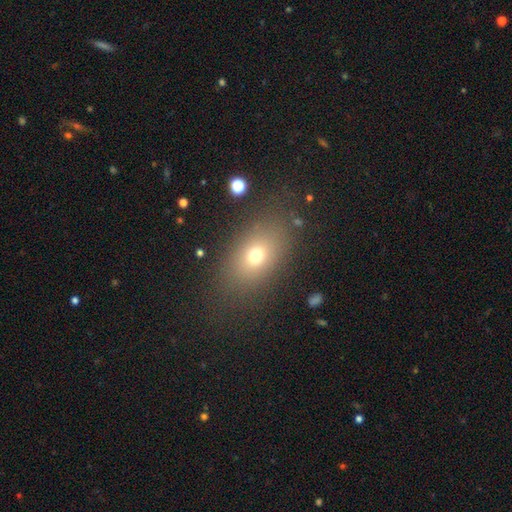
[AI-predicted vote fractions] smooth 70%, star or artifact 15%, featured or disk 14%. Down the decision tree: how rounded — in between (76%); merging — none (80%).